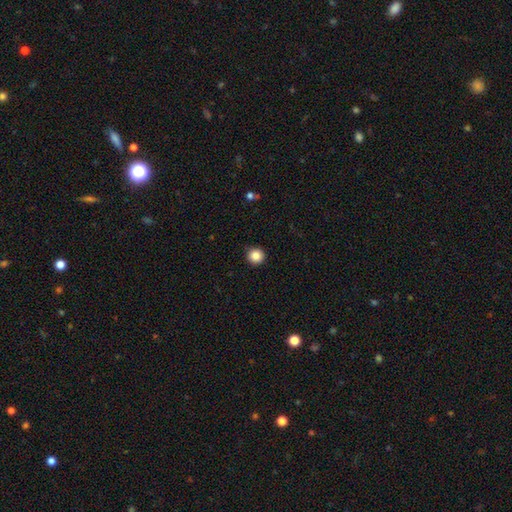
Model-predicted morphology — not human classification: Smooth or featured: smooth — 85% (star or artifact — 10%)
How rounded: round — 95% (in between — 4%)
Merging: none — 91% (minor disturbance — 6%)